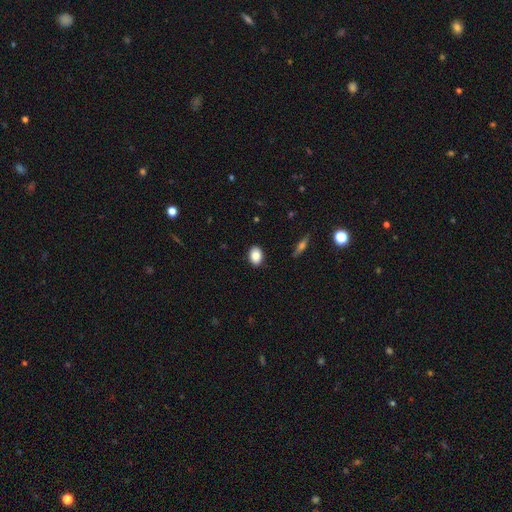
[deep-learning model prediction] Q: Smooth or featured?
A: smooth (86%); runner-up: star or artifact (8%)
Q: How rounded?
A: in between (78%); runner-up: round (20%)
Q: Merging?
A: none (89%); runner-up: minor disturbance (9%)